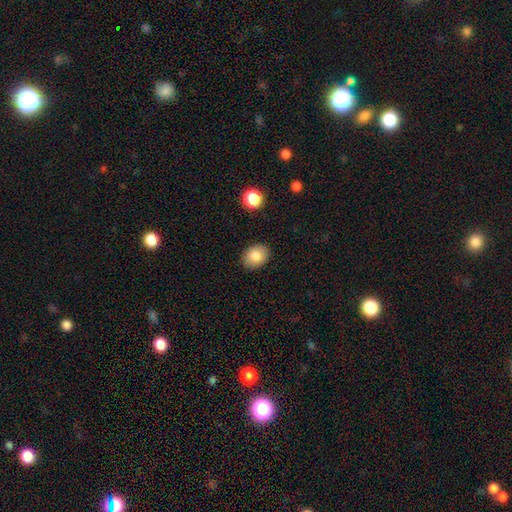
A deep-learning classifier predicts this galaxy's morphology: Overall: smooth (84%). How rounded: in between (67%; round 32%). Merging: none (88%).